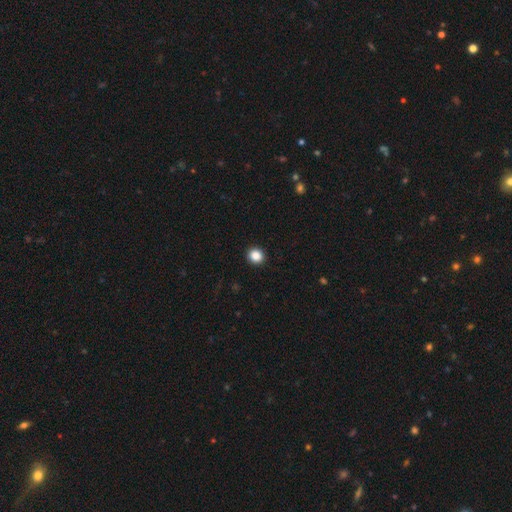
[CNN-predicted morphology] smooth 87%, star or artifact 10%, featured or disk 3%. Down the decision tree: how rounded — round (84%); merging — none (93%).